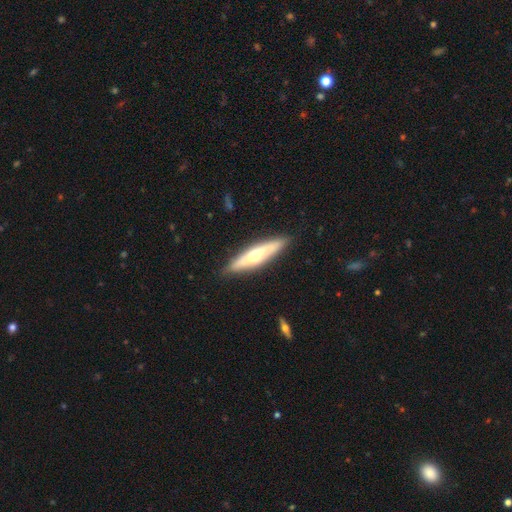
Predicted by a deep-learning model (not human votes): smooth_or_featured: featured or disk (p=0.55) [alt: smooth p=0.40]
disk_edge_on: yes (p=0.85) [alt: no p=0.15]
merging: none (p=0.87) [alt: minor disturbance p=0.09]